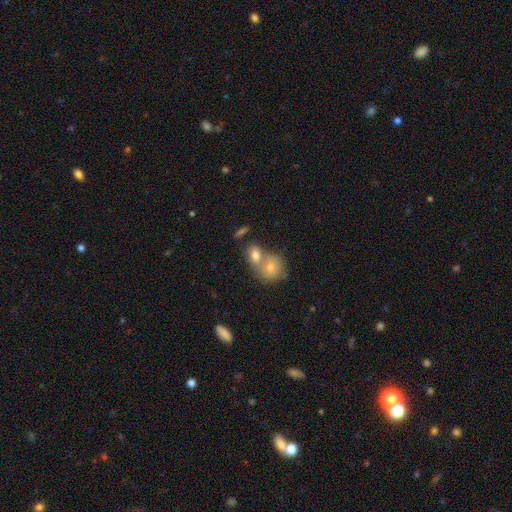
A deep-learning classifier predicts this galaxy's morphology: smooth 52%, star or artifact 26%, featured or disk 22%. Down the decision tree: how rounded — round (66%); merging — none (43%).